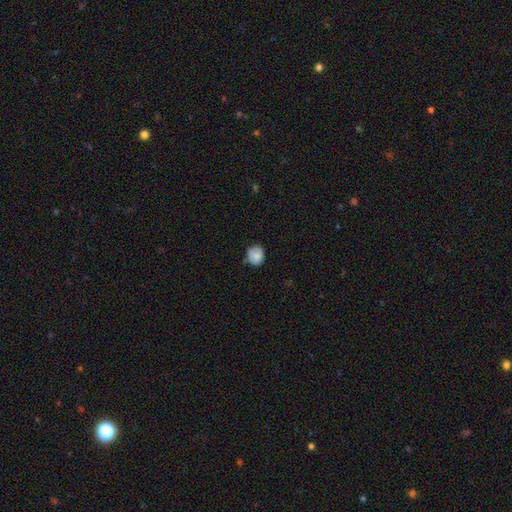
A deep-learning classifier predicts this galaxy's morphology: Q: Smooth or featured?
A: smooth (84%); runner-up: featured or disk (8%)
Q: How rounded?
A: round (71%); runner-up: in between (28%)
Q: Merging?
A: none (72%); runner-up: minor disturbance (22%)